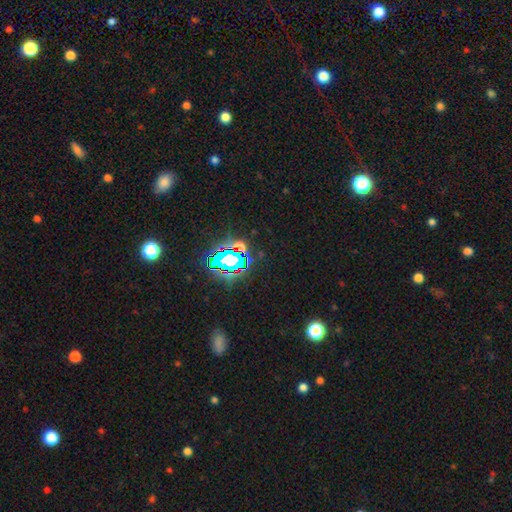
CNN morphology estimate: This is likely a star or artifact rather than a galaxy (79%).